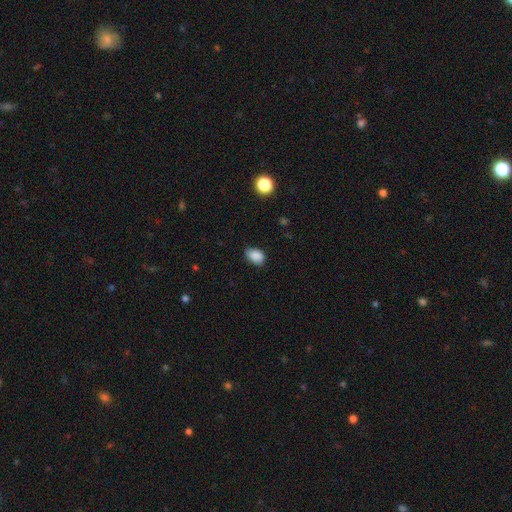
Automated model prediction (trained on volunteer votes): Smooth or featured?
  - smooth: 88% *
  - star or artifact: 9%
  - featured or disk: 4%
How rounded?
  - in between: 86% *
  - round: 13%
  - cigar-shaped: 1%
Merging?
  - none: 77% *
  - minor disturbance: 19%
  - major disturbance: 3%
  - merger: 1%